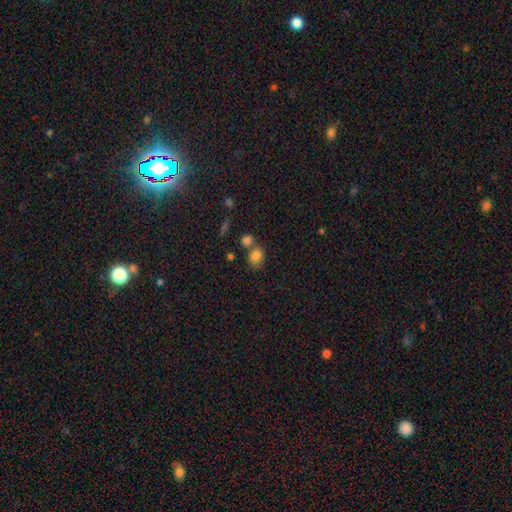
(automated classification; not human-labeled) Overall: smooth (81%). How rounded: round (51%; in between 47%). Merging: none (50%; merger 32%).